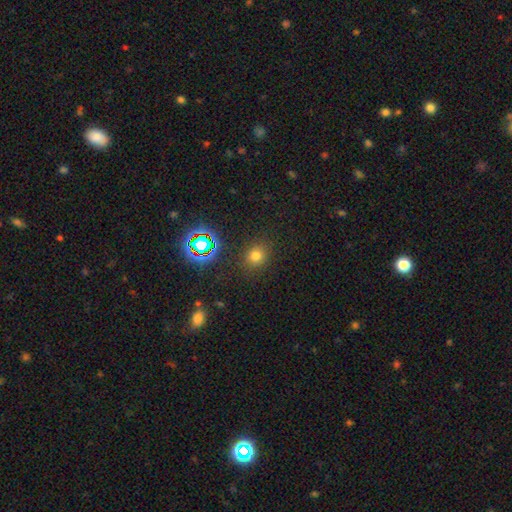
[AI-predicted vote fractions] A smooth galaxy with no disk features (70%) that is round (77%).

Vote fractions:
- Smooth or featured? smooth: 70% / star or artifact: 23% / featured or disk: 7%
- How rounded? round: 77% / in between: 22% / cigar-shaped: 1%
- Merging? none: 85% / minor disturbance: 9% / major disturbance: 4% / merger: 2%